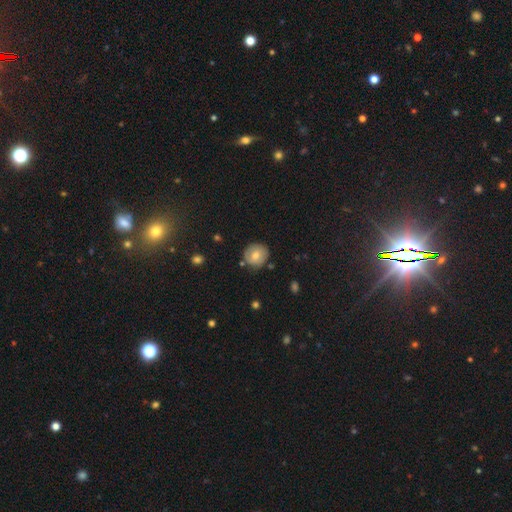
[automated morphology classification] Smooth or featured: smooth — 68% (featured or disk — 23%)
How rounded: round — 88% (in between — 11%)
Merging: none — 79% (minor disturbance — 15%)